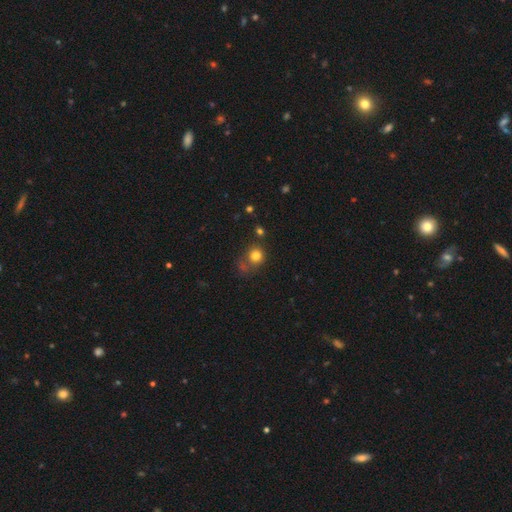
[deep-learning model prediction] Smooth or featured?
  - smooth: 79% *
  - star or artifact: 13%
  - featured or disk: 8%
How rounded?
  - round: 79% *
  - in between: 20%
  - cigar-shaped: 1%
Merging?
  - none: 55% *
  - minor disturbance: 18%
  - merger: 15%
  - major disturbance: 12%